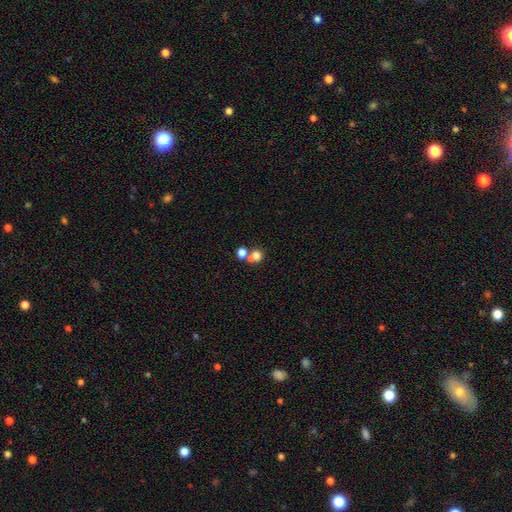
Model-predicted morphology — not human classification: Overall: smooth (74%). How rounded: round (72%). Merging: merger (49%; none 40%).